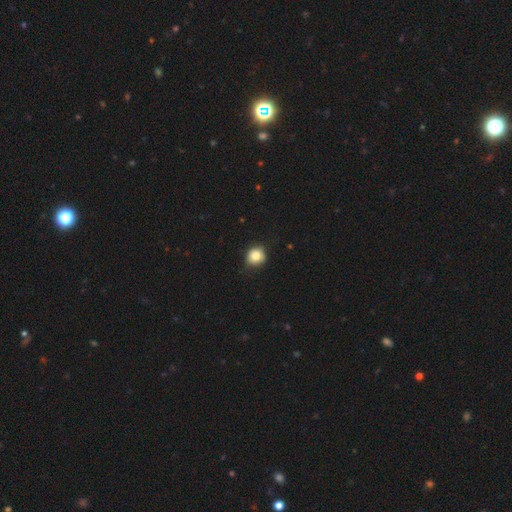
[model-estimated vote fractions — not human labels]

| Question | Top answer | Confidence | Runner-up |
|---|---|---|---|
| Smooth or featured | smooth | 81% | star or artifact (10%) |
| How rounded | round | 81% | in between (18%) |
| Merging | none | 75% | minor disturbance (21%) |